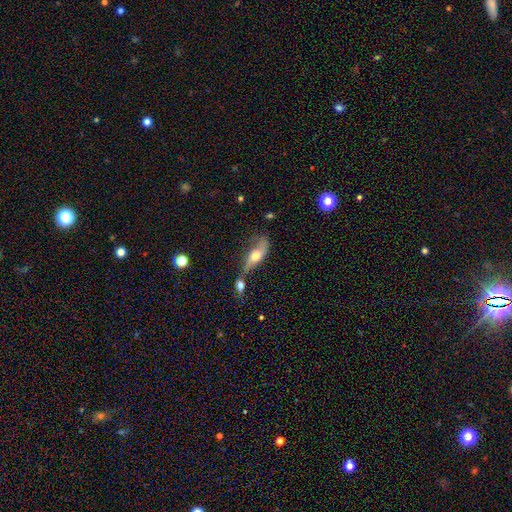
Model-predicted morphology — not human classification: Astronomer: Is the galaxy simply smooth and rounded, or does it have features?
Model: featured or disk — 56% (runner-up: smooth, 36%).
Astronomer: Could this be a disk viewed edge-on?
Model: no — 69%.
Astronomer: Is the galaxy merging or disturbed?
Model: none — 40% (runner-up: merger, 26%).